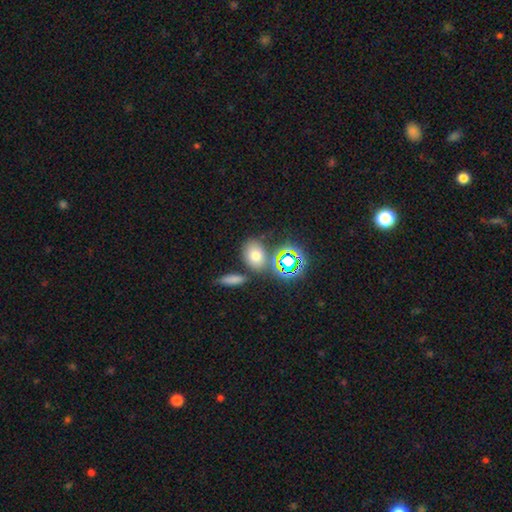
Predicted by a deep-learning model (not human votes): This is likely a smooth galaxy (65%). How rounded: likely in between (67%). Merging: likely none (68%).